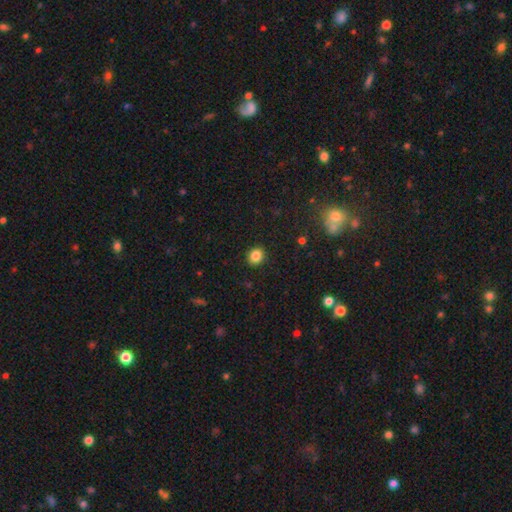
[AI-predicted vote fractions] This appears to be a smooth galaxy with no disk features (84%) that is round (76%). Merging: none (92%).